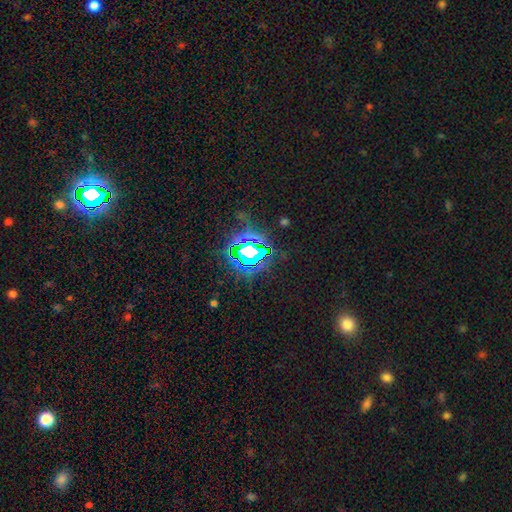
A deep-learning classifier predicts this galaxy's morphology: type=star or artifact (75%).